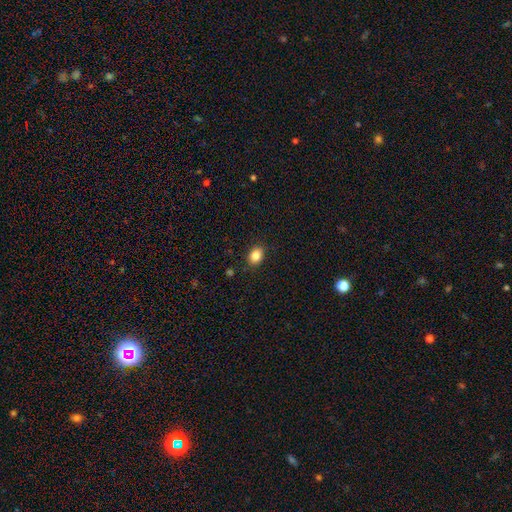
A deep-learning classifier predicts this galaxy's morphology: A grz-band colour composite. It shows a smooth galaxy with no disk features (85%) that is in between round and cigar-shaped (68%). Merging: none (88%).